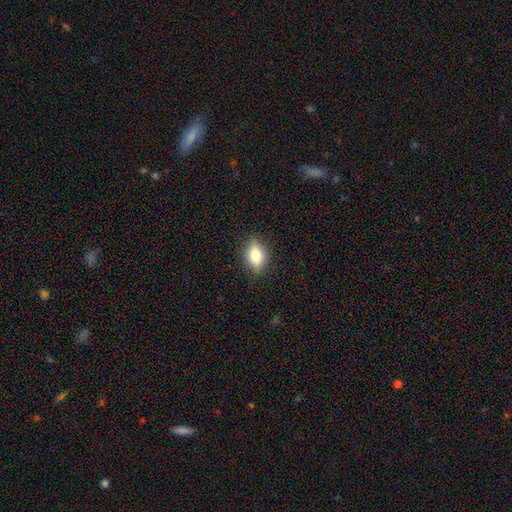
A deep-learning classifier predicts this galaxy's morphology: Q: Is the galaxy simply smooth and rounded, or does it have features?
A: smooth — 70%.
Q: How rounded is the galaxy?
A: in between — 75%.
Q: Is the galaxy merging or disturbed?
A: none — 84%.